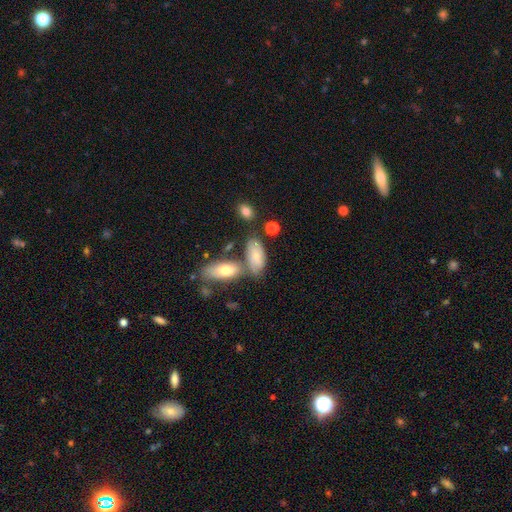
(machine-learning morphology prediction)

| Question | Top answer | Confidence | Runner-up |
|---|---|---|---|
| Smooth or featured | smooth | 72% | featured or disk (21%) |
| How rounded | in between | 90% | cigar-shaped (7%) |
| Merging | none | 50% | minor disturbance (22%) |